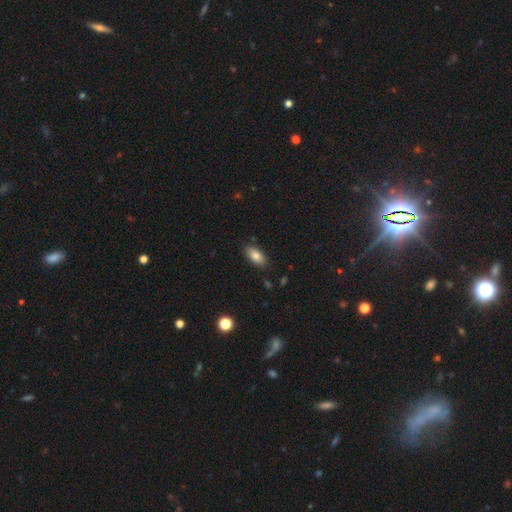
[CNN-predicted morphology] smooth 82%, featured or disk 10%, star or artifact 8%. Down the decision tree: how rounded — in between (89%); merging — none (85%).